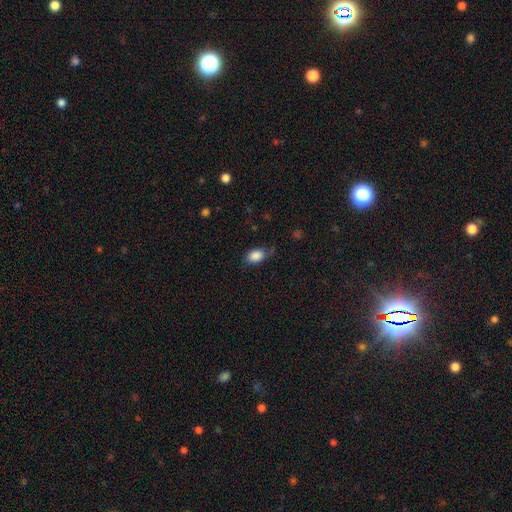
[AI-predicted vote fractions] A smooth galaxy with no disk features (86%) that is in between round and cigar-shaped (85%).

Vote fractions:
- Smooth or featured? smooth: 86% / star or artifact: 8% / featured or disk: 6%
- How rounded? in between: 85% / round: 13% / cigar-shaped: 2%
- Merging? none: 65% / minor disturbance: 26% / major disturbance: 8% / merger: 2%